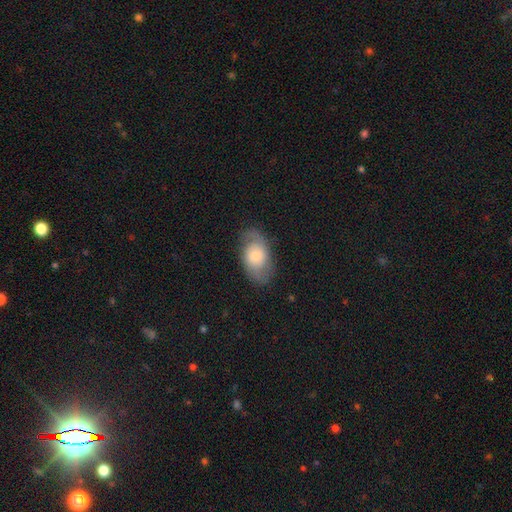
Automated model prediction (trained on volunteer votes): Smooth or featured: featured or disk — 46% (tied with smooth — 46%)
Merging: none — 75% (minor disturbance — 16%)